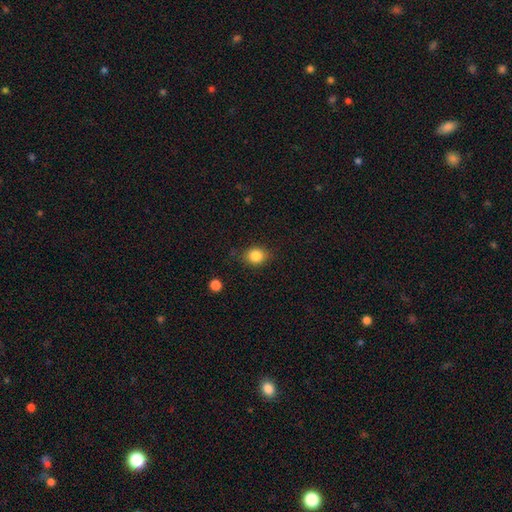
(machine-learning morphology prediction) Smooth or featured? smooth (85%)
How rounded? round (65%)
Merging? none (82%)